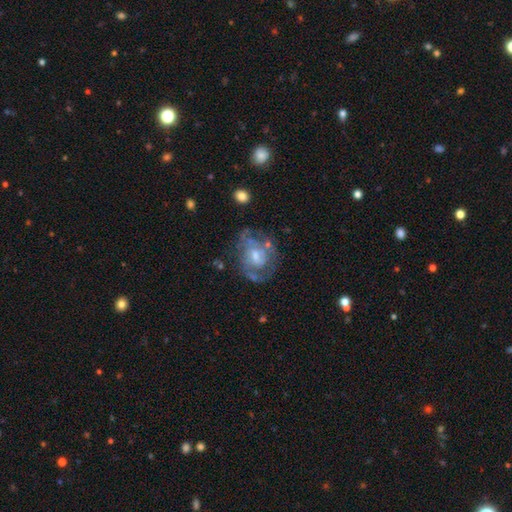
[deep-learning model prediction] Smooth or featured?
  - featured or disk: 73% *
  - smooth: 19%
  - star or artifact: 8%
Edge-on disk?
  - no: 97% *
  - yes: 3%
Bar?
  - no: 58% *
  - weak: 35%
  - strong: 7%
Spiral arms?
  - yes: 68% *
  - no: 32%
Bulge size?
  - moderate: 45% *
  - small: 44%
  - none: 5%
  - large: 4%
  - dominant: 1%
Merging?
  - none: 60% *
  - minor disturbance: 20%
  - major disturbance: 16%
  - merger: 5%